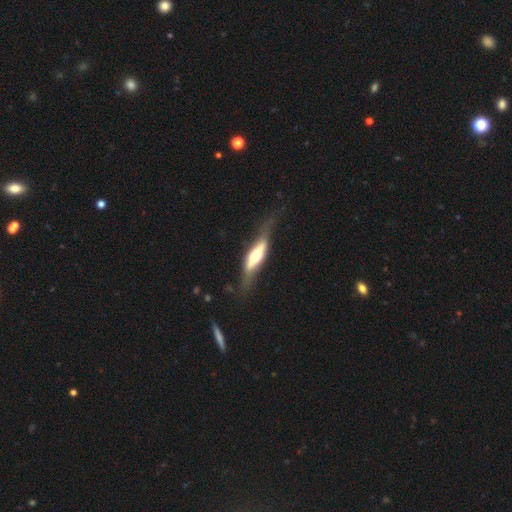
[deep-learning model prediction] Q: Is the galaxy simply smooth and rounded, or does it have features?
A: featured or disk — 63%.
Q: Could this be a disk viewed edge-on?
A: yes — 78%.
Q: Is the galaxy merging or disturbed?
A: none — 54%.